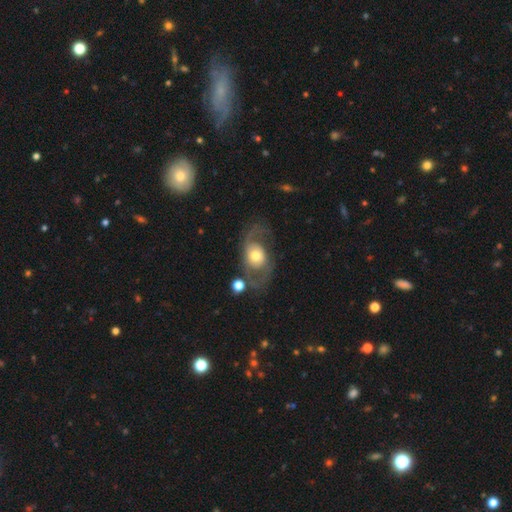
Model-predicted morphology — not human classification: This is likely a featured or disk galaxy (67%). It is clearly not viewed edge-on (95%). Bar: likely no (75%). Spiral arm pattern: likely yes (74%). Central bulge: possibly moderate (60%). Merging: possibly none (54%).